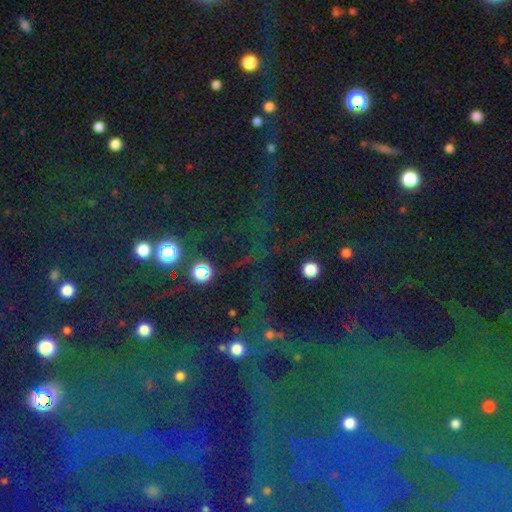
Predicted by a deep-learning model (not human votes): smooth_or_featured: star or artifact (p=0.75) [alt: smooth p=0.14]